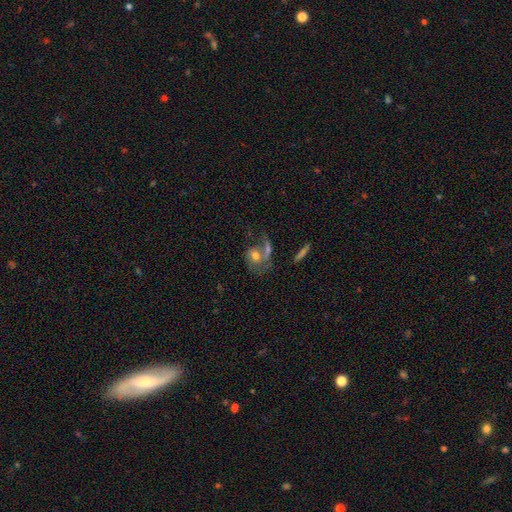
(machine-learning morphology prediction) smooth-or-featured: featured or disk: 51% | smooth: 40% | star or artifact: 9%
  disk-edge-on: no: 95% | yes: 5%
  merging: merger: 37% | none: 27% | major disturbance: 24% | minor disturbance: 12%